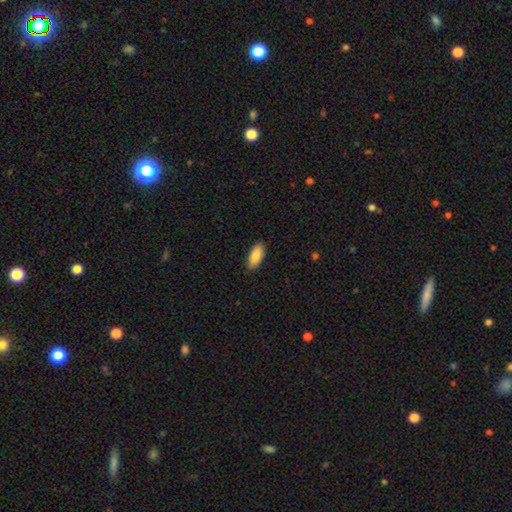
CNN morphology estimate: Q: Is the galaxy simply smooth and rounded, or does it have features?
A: smooth — 86%.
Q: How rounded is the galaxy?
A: in between — 87%.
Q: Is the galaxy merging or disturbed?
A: none — 87%.